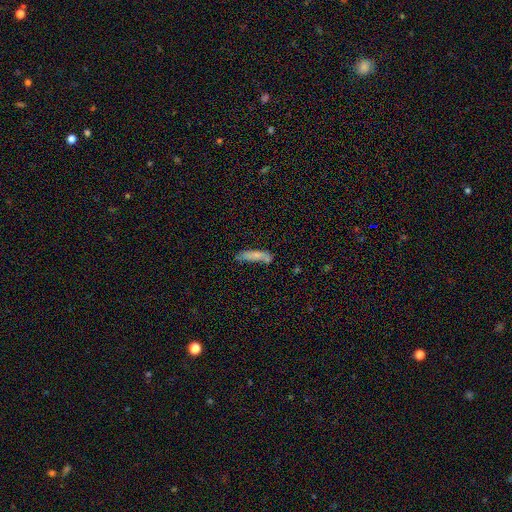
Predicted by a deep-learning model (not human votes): Smooth or featured? Predicted: smooth (p=0.75). How rounded? Predicted: cigar-shaped (p=0.68). Merging? Predicted: none (p=0.56).